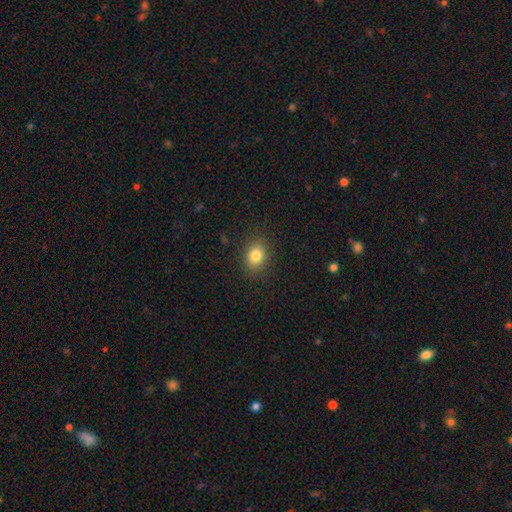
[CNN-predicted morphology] smooth-or-featured: smooth: 82% | star or artifact: 11% | featured or disk: 7%
  how-rounded: in between: 55% | round: 44% | cigar-shaped: 1%
  merging: none: 88% | minor disturbance: 8% | major disturbance: 3% | merger: 1%